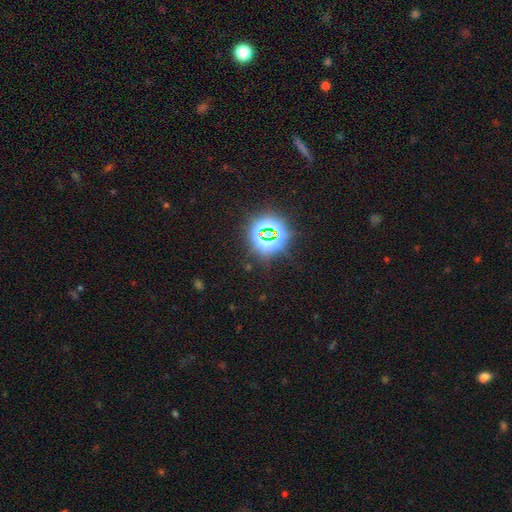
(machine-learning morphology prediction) Smooth or featured?
  - star or artifact: 79% *
  - smooth: 14%
  - featured or disk: 7%